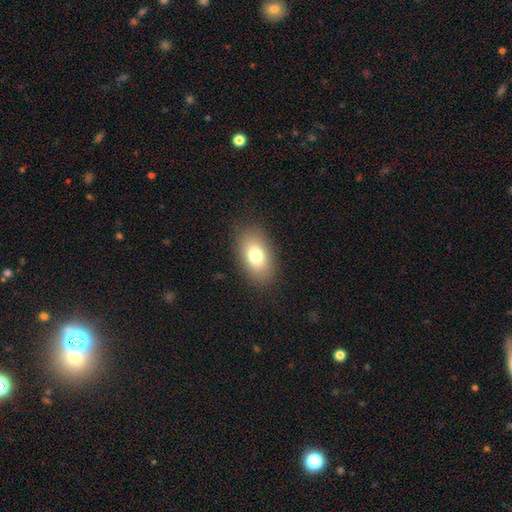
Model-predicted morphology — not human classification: Overall: smooth (76%). How rounded: in between (90%). Merging: none (87%).